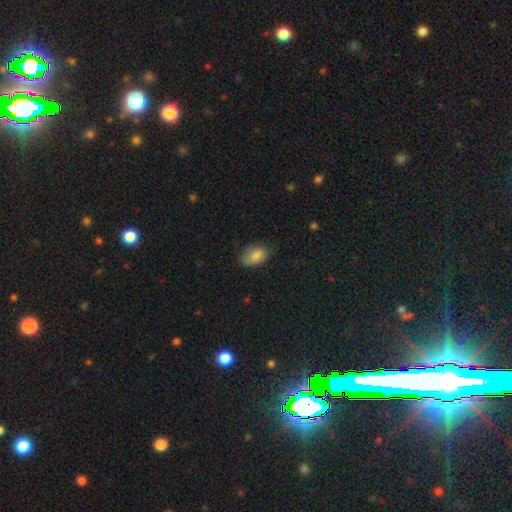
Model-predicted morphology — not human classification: The model was most divided on "merging": none: 69%, minor disturbance: 25%, major disturbance: 5%, merger: 1%. More confident: how rounded — in between (89%); smooth or featured — smooth (84%).